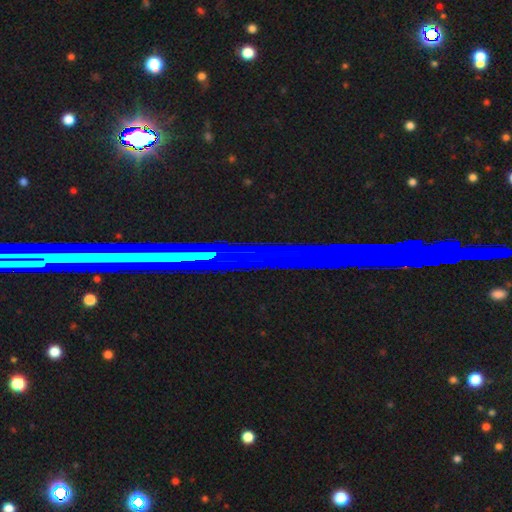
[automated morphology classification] Overall: star or artifact (73%).